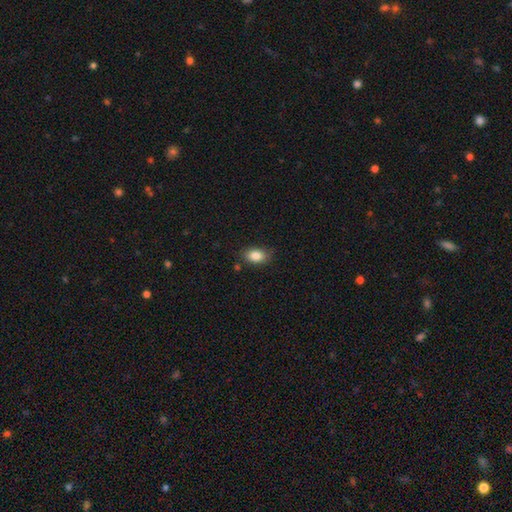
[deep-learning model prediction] smooth 86%, star or artifact 8%, featured or disk 6%. Down the decision tree: how rounded — in between (87%); merging — none (81%).